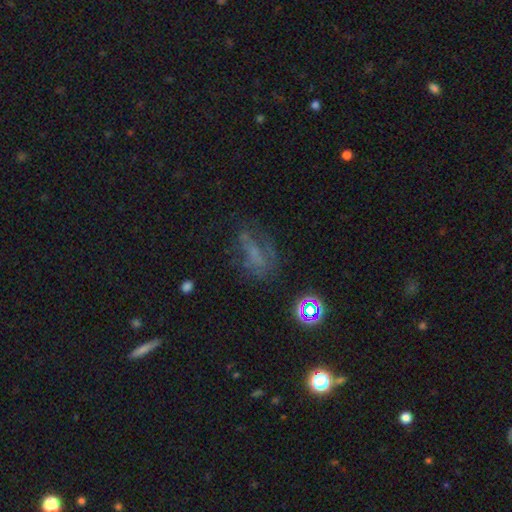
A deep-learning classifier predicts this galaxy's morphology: Smooth or featured? featured or disk (36%)
Merging? none (49%)